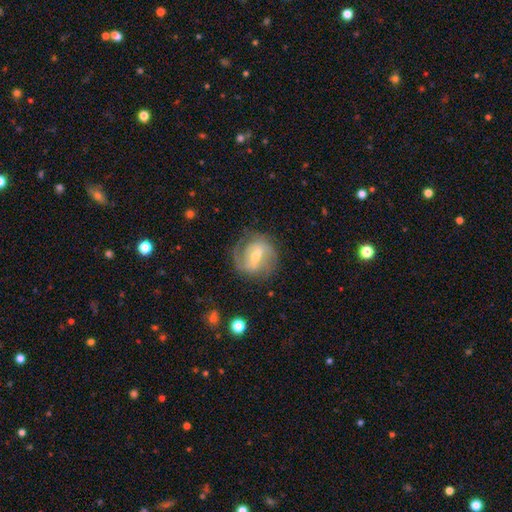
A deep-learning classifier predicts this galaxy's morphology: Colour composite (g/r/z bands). It shows a featured or disk galaxy (74%) with a weak bar (47%), 2 (65%) medium (42%) spiral arms (85%) and a moderate central bulge (60%). Merging: none (68%).